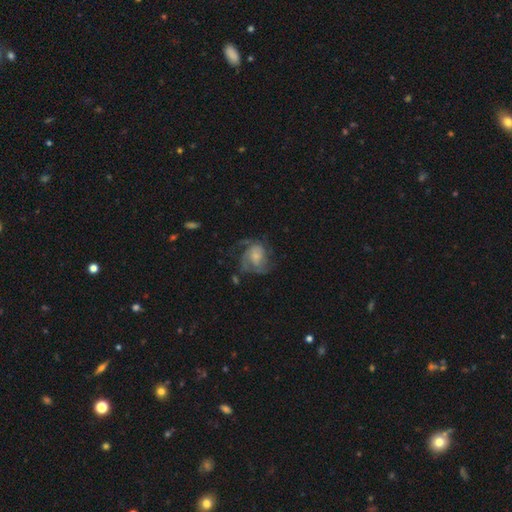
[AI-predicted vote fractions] Smooth or featured: featured or disk — 72% (smooth — 21%)
Edge-on disk: no — 98% (yes — 2%)
Bar: no — 69% (weak — 27%)
Spiral arms: yes — 88% (no — 12%)
Spiral winding: medium — 47% (tight — 30%)
Spiral arm count: 2 — 37% (3 — 24%)
Bulge size: small — 50% (moderate — 29%)
Merging: none — 45% (major disturbance — 31%)